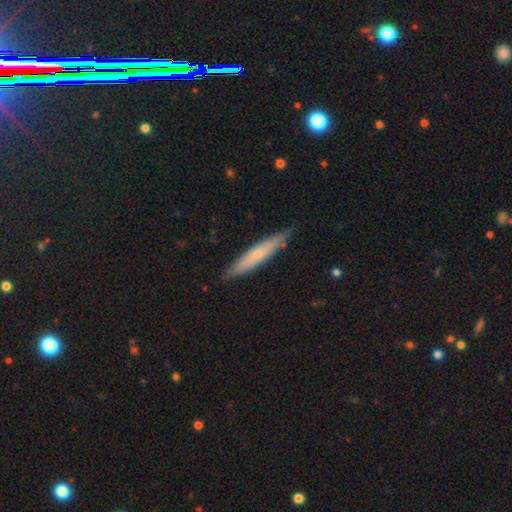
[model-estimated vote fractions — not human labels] Overall: smooth (59%; featured or disk 35%). How rounded: cigar-shaped (91%). Merging: none (86%).